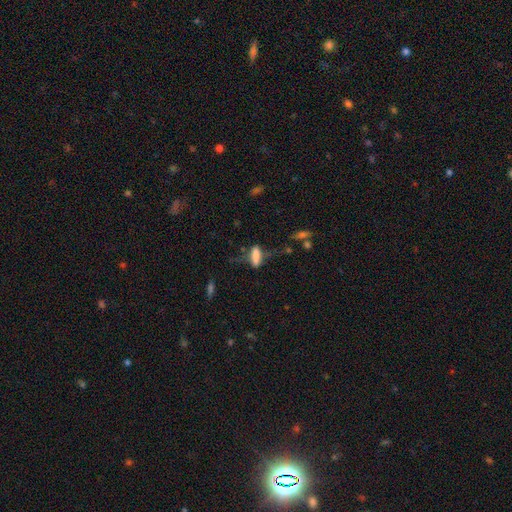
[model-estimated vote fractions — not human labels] A smooth galaxy with no disk features (65%) that is in between round and cigar-shaped (51%). Merging: none (38%).